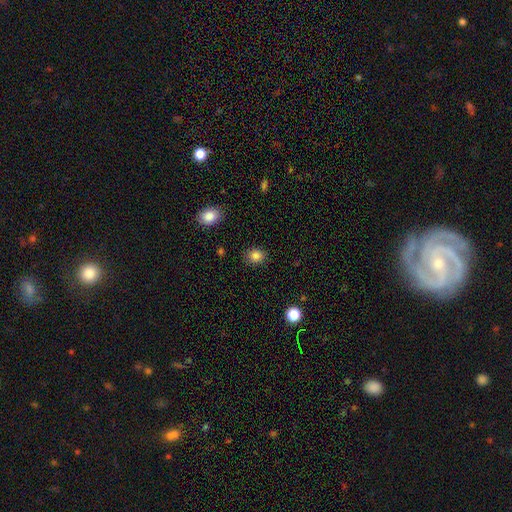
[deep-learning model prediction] Smooth or featured? smooth (84%)
How rounded? round (60%)
Merging? none (88%)